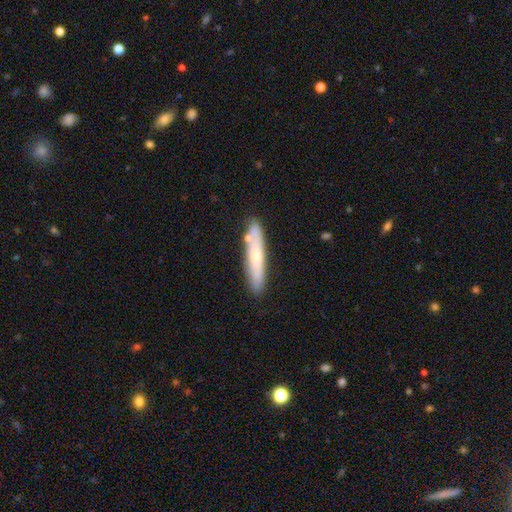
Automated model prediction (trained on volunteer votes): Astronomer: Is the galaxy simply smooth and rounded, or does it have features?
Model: smooth — 47% (runner-up: featured or disk, 45%).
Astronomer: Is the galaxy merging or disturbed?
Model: none — 82%.